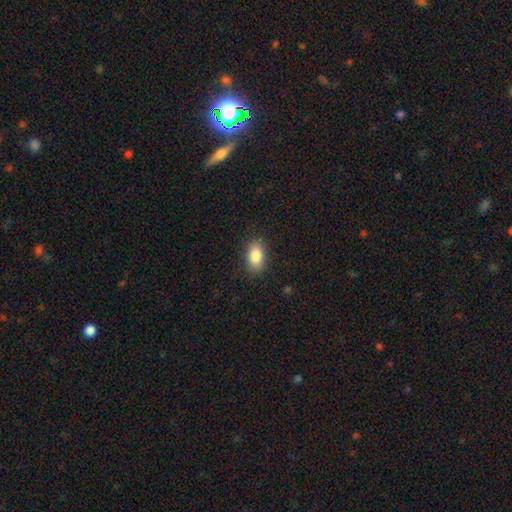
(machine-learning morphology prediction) smooth-or-featured: smooth: 85% | star or artifact: 8% | featured or disk: 7%
  how-rounded: in between: 90% | round: 8% | cigar-shaped: 2%
  merging: none: 86% | minor disturbance: 10% | major disturbance: 3% | merger: 1%